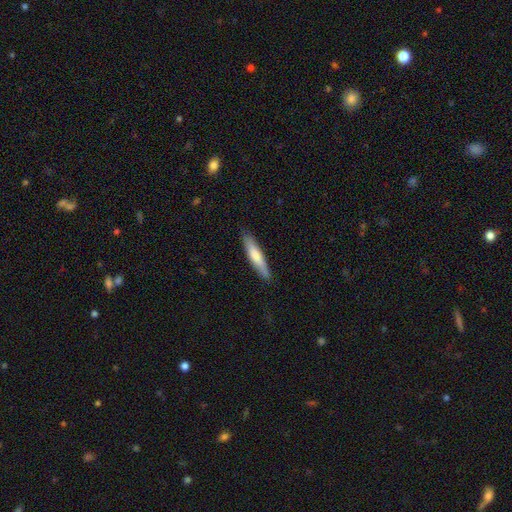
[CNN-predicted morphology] The model was most divided on "smooth or featured": smooth: 69%, featured or disk: 26%, star or artifact: 5%. More confident: merging — none (87%); how rounded — cigar-shaped (86%).